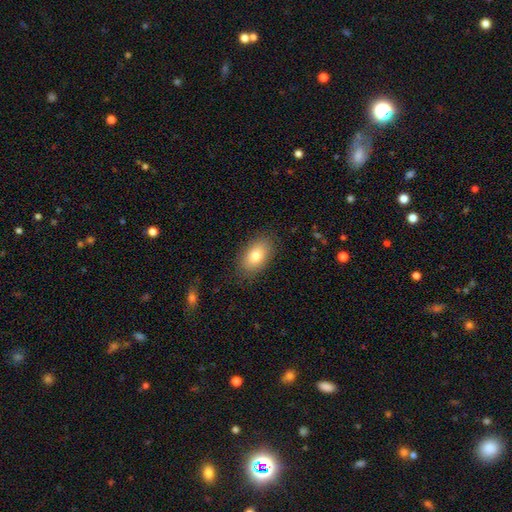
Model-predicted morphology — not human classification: Smooth or featured?
  - smooth: 79% *
  - featured or disk: 13%
  - star or artifact: 8%
How rounded?
  - in between: 91% *
  - round: 7%
  - cigar-shaped: 2%
Merging?
  - none: 85% *
  - minor disturbance: 11%
  - major disturbance: 3%
  - merger: 1%